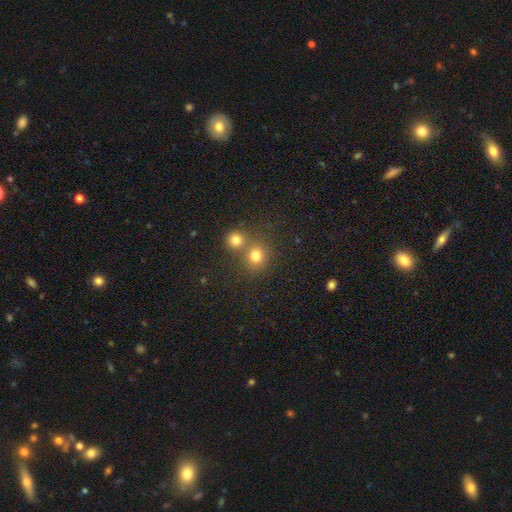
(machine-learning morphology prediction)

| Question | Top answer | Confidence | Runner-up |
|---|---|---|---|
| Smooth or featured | smooth | 78% | star or artifact (15%) |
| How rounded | round | 85% | in between (14%) |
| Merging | none | 56% | merger (34%) |